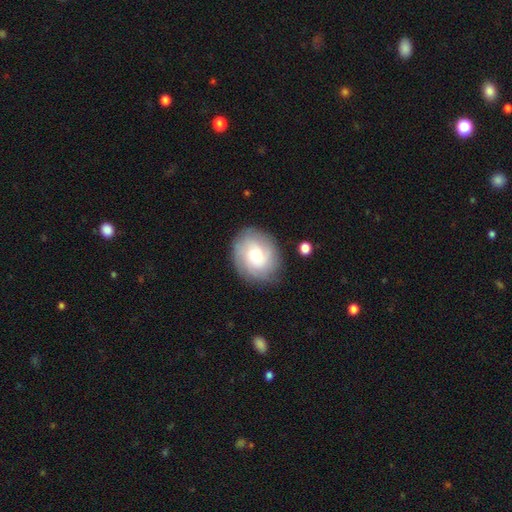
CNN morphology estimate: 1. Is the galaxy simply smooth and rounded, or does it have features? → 49% featured or disk, 43% smooth, 8% star or artifact.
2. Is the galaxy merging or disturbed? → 80% none, 14% minor disturbance, 5% major disturbance, 2% merger.